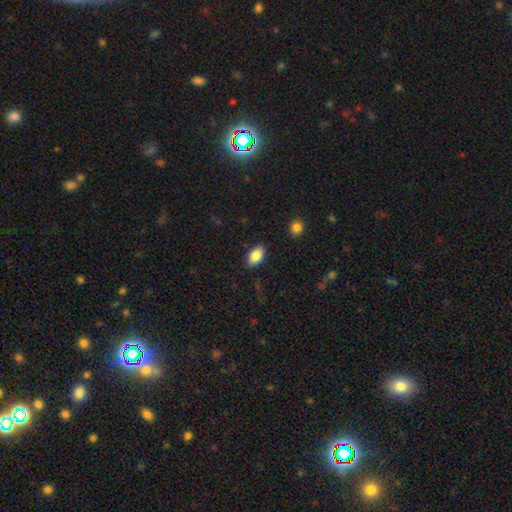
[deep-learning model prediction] smooth_or_featured: smooth (p=0.87) [alt: star or artifact p=0.08]
how_rounded: in between (p=0.92) [alt: round p=0.06]
merging: none (p=0.86) [alt: minor disturbance p=0.10]